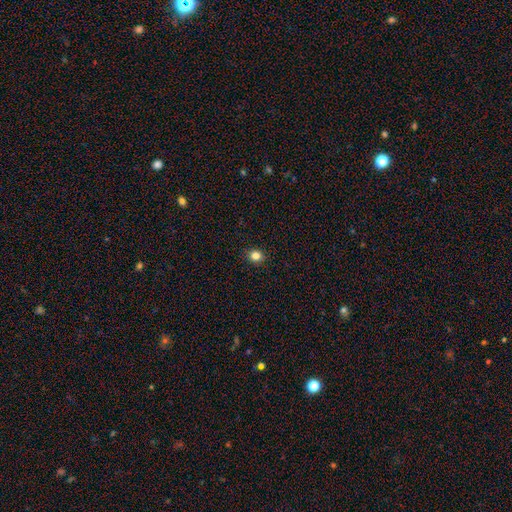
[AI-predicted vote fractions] Morphology: type=smooth (83%); roundness=round (76%); merging=none (91%).